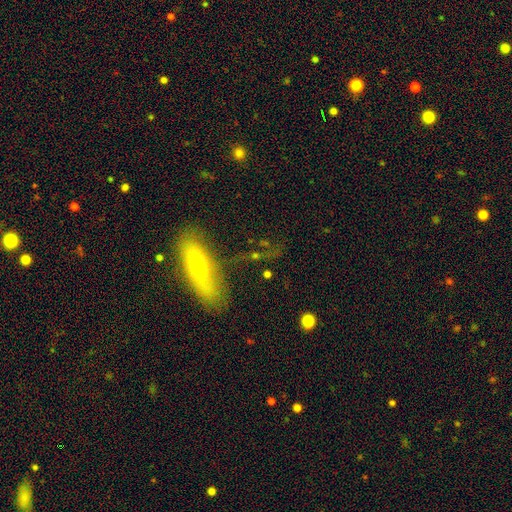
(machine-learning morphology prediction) Overall: smooth (43%; featured or disk 35%). Merging: none (62%).